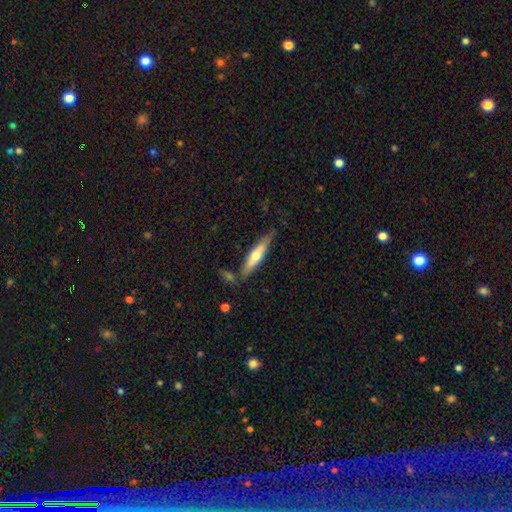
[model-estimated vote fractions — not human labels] Q: Smooth or featured?
A: smooth (48%); runner-up: featured or disk (46%)
Q: Merging?
A: none (72%); runner-up: minor disturbance (18%)